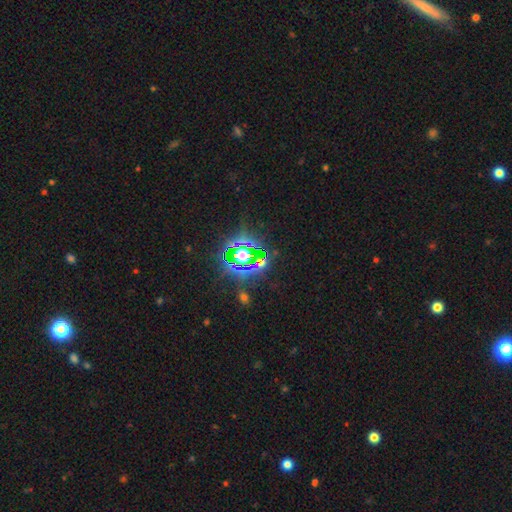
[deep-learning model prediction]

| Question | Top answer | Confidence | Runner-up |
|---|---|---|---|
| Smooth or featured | star or artifact | 76% | smooth (12%) |